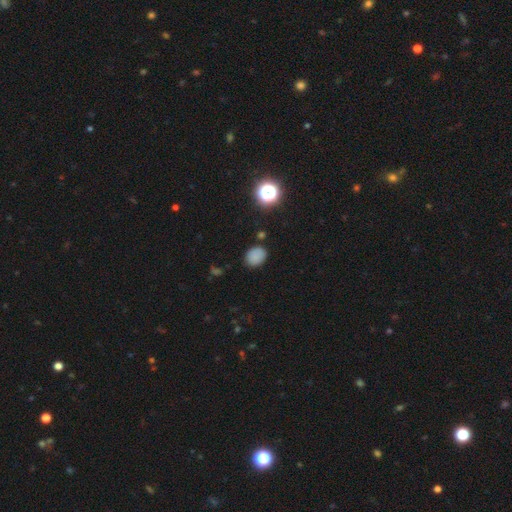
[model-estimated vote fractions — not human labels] Smooth or featured?
  - smooth: 80% *
  - star or artifact: 15%
  - featured or disk: 5%
How rounded?
  - round: 55% *
  - in between: 44%
  - cigar-shaped: 1%
Merging?
  - none: 82% *
  - minor disturbance: 13%
  - major disturbance: 3%
  - merger: 2%